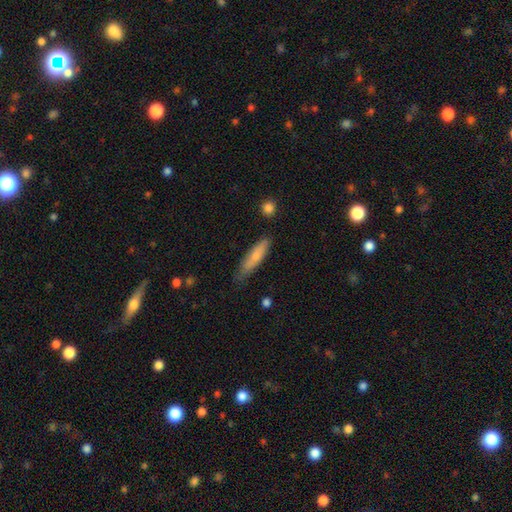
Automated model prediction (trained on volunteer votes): Smooth or featured? smooth (72%)
How rounded? cigar-shaped (78%)
Merging? none (73%)